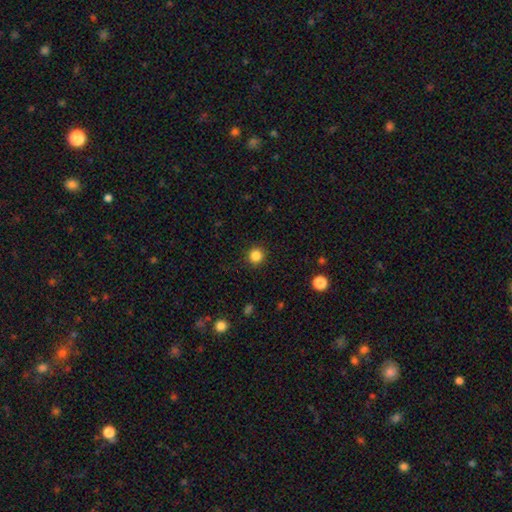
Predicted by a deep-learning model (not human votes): smooth-or-featured: smooth: 85% | star or artifact: 12% | featured or disk: 4%
  how-rounded: round: 94% | in between: 5% | cigar-shaped: 1%
  merging: none: 91% | minor disturbance: 6% | major disturbance: 2% | merger: 1%